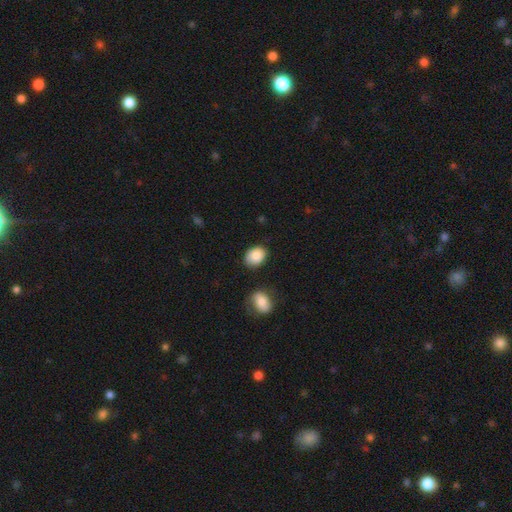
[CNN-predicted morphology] Q: Smooth or featured?
A: smooth (87%); runner-up: star or artifact (7%)
Q: How rounded?
A: in between (72%); runner-up: round (27%)
Q: Merging?
A: none (79%); runner-up: minor disturbance (14%)